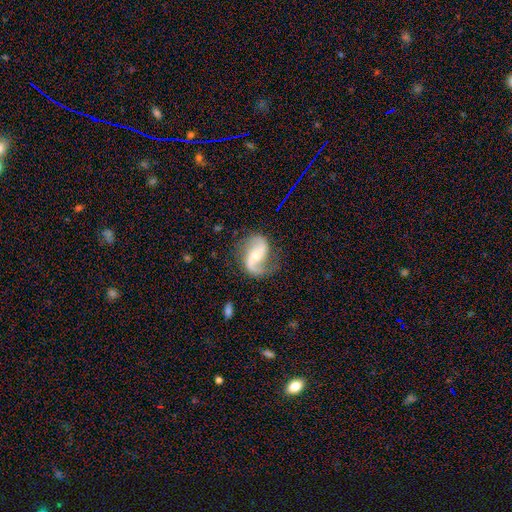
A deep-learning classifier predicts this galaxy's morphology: smooth_or_featured: featured or disk (p=0.88) [alt: smooth p=0.07]
disk_edge_on: no (p=0.98) [alt: yes p=0.02]
bar: no (p=0.40) [alt: weak p=0.39]
has_spiral_arms: yes (p=0.97) [alt: no p=0.03]
spiral_winding: loose (p=0.63) [alt: medium p=0.30]
spiral_arm_count: 2 (p=0.90) [alt: 1 p=0.05]
bulge_size: moderate (p=0.50) [alt: small p=0.43]
merging: none (p=0.73) [alt: minor disturbance p=0.17]